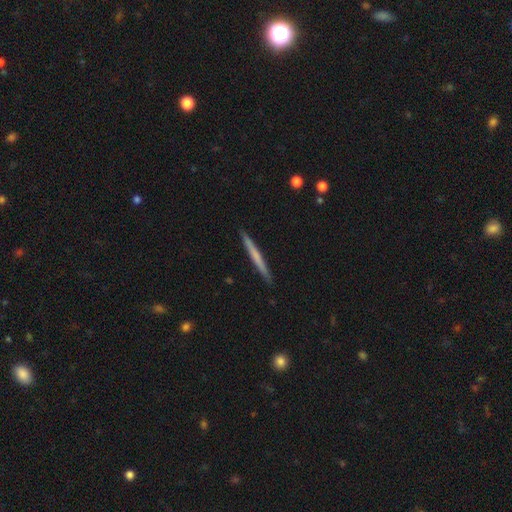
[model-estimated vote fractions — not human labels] The model was most divided on "smooth or featured": smooth: 55%, featured or disk: 40%, star or artifact: 5%. More confident: how rounded — cigar-shaped (97%); merging — none (92%).